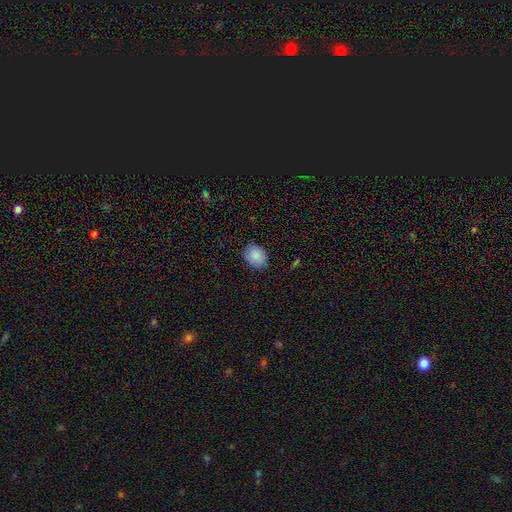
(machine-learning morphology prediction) This appears to be a smooth galaxy with no disk features (88%) that is in between round and cigar-shaped (56%). Merging: none (86%).